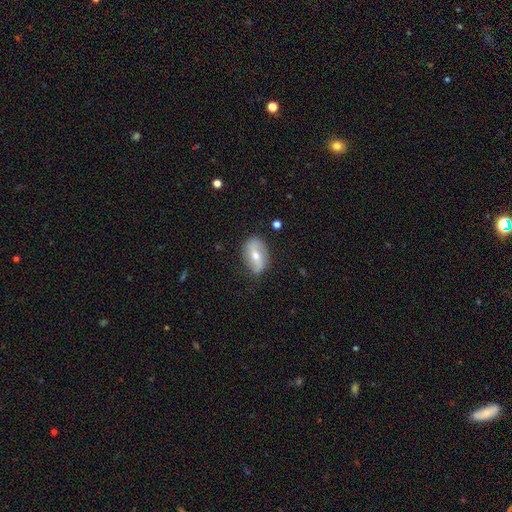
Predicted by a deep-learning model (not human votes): A featured or disk galaxy (53%).

Vote fractions:
- Smooth or featured? featured or disk: 53% / smooth: 40% / star or artifact: 7%
- Edge-on disk? no: 91% / yes: 9%
- Merging? none: 75% / minor disturbance: 19% / major disturbance: 5% / merger: 1%